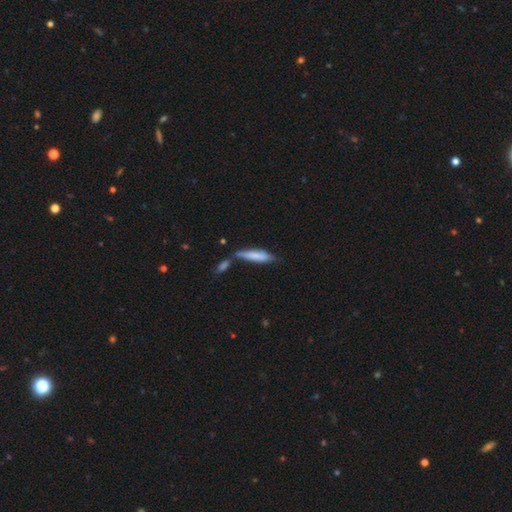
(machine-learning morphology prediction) Smooth or featured: smooth — 69% (featured or disk — 24%)
How rounded: cigar-shaped — 70% (in between — 28%)
Merging: none — 40% (merger — 30%)